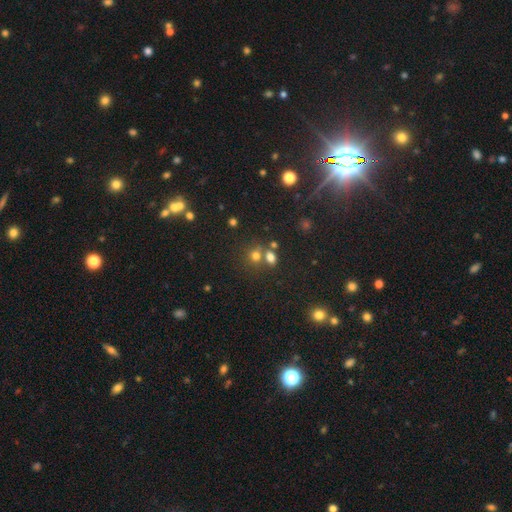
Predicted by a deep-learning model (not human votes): Smooth or featured: smooth — 70% (star or artifact — 21%)
How rounded: round — 68% (in between — 31%)
Merging: none — 53% (merger — 33%)